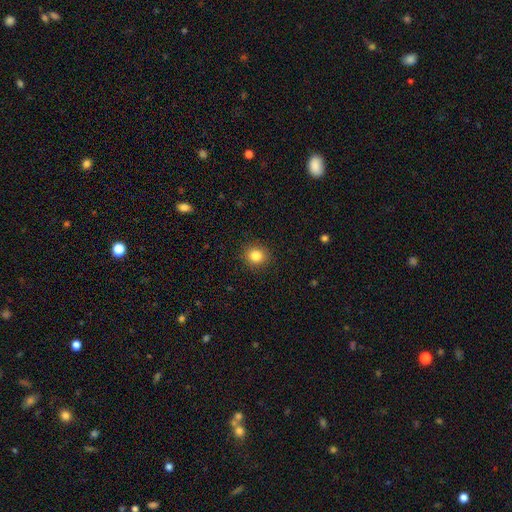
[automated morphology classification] smooth_or_featured: smooth (p=0.84) [alt: star or artifact p=0.11]
how_rounded: round (p=0.83) [alt: in between p=0.16]
merging: none (p=0.90) [alt: minor disturbance p=0.06]